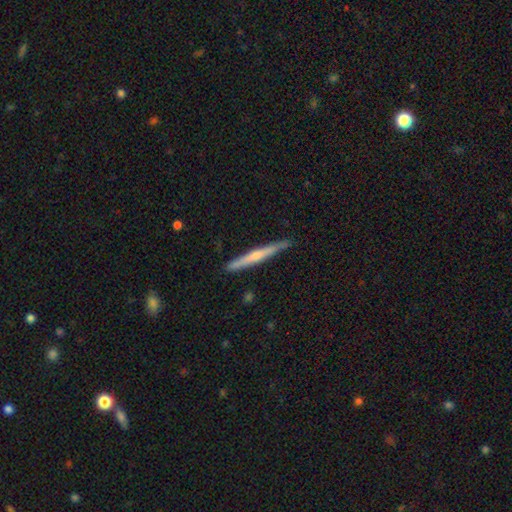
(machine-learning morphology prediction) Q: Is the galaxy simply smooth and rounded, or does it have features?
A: featured or disk — 67%.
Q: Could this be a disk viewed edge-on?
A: yes — 97%.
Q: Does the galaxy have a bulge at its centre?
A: rounded — 72%.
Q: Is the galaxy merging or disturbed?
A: none — 89%.